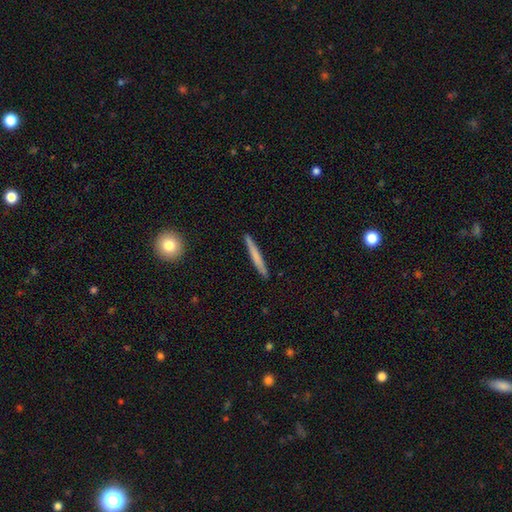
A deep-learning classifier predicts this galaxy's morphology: smooth-or-featured: smooth: 63% | featured or disk: 32% | star or artifact: 5%
  how-rounded: cigar-shaped: 97% | in between: 2% | round: 1%
  merging: none: 90% | minor disturbance: 7% | merger: 1% | major disturbance: 1%